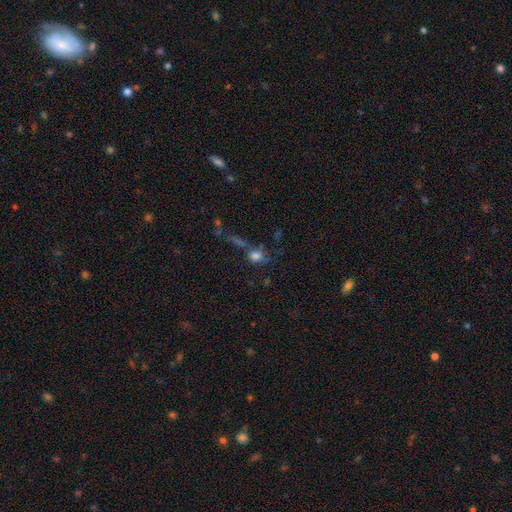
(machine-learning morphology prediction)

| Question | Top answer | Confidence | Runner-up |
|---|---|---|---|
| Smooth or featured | smooth | 71% | star or artifact (17%) |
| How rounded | round | 64% | in between (32%) |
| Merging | none | 47% | merger (24%) |